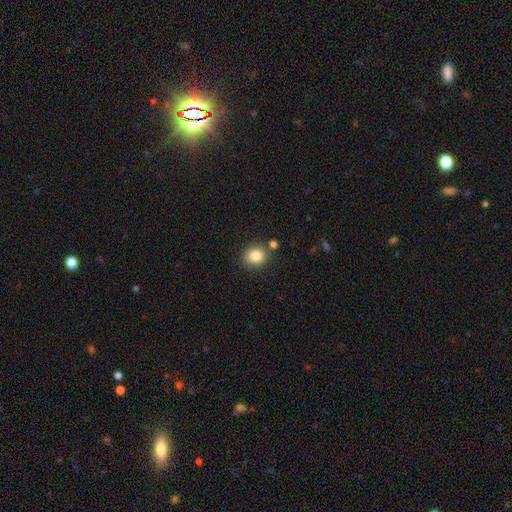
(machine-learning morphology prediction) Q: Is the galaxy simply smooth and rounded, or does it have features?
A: smooth — 83%.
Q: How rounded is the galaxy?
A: round — 80%.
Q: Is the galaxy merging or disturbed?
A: none — 81%.